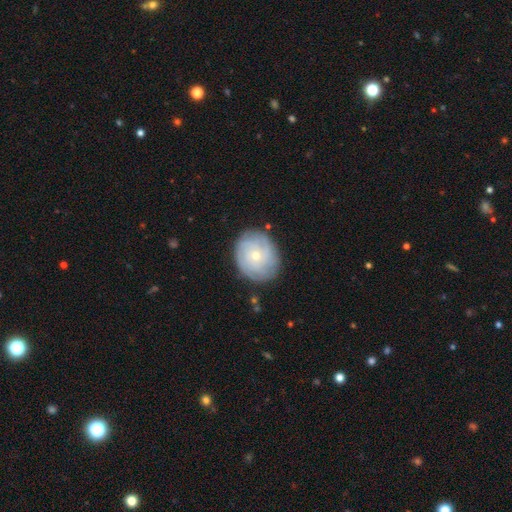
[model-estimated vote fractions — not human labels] smooth_or_featured: featured or disk (p=0.66) [alt: smooth p=0.26]
disk_edge_on: no (p=0.97) [alt: yes p=0.03]
bar: no (p=0.85) [alt: weak p=0.13]
has_spiral_arms: yes (p=0.85) [alt: no p=0.15]
spiral_winding: tight (p=0.76) [alt: medium p=0.18]
spiral_arm_count: can't tell (p=0.47) [alt: 4 p=0.15]
bulge_size: small (p=0.66) [alt: moderate p=0.31]
merging: none (p=0.82) [alt: minor disturbance p=0.13]